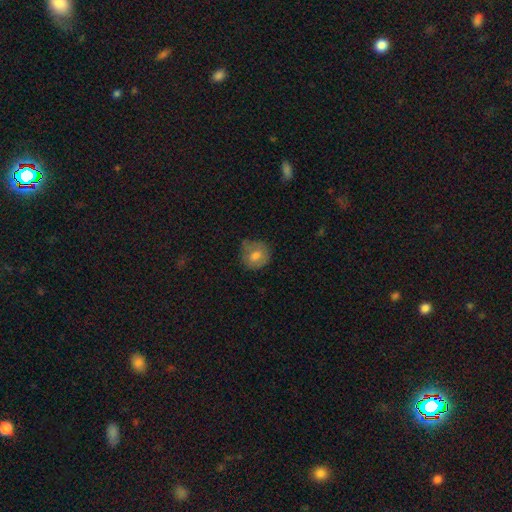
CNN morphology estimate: Q: Smooth or featured?
A: smooth (69%); runner-up: featured or disk (23%)
Q: How rounded?
A: round (80%); runner-up: in between (19%)
Q: Merging?
A: none (63%); runner-up: minor disturbance (26%)